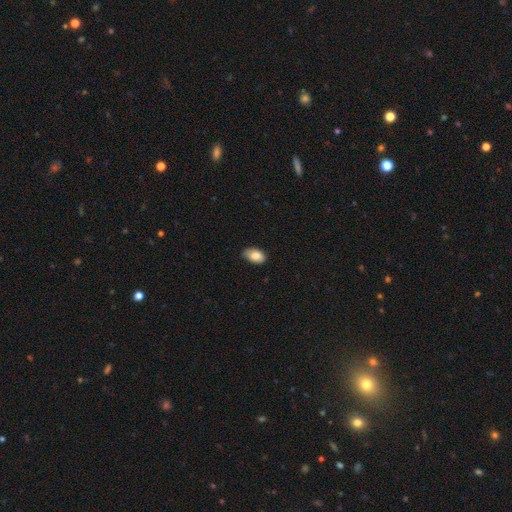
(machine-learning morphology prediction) A smooth galaxy with no disk features (84%) that is in between round and cigar-shaped (91%). Merging: none (72%).